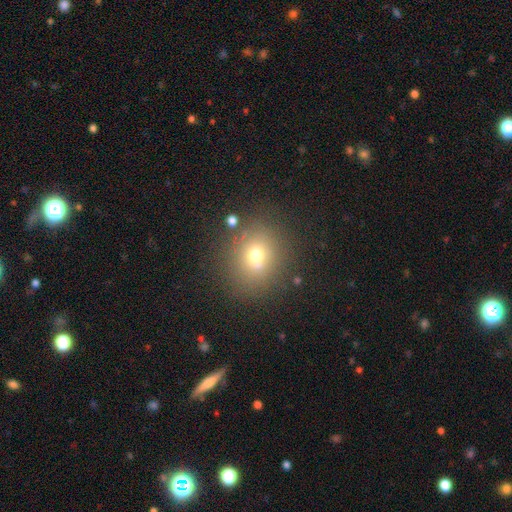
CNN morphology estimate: Smooth or featured?
  - smooth: 65% *
  - star or artifact: 18%
  - featured or disk: 16%
How rounded?
  - round: 74% *
  - in between: 25%
  - cigar-shaped: 1%
Merging?
  - none: 76% *
  - minor disturbance: 12%
  - merger: 7%
  - major disturbance: 5%